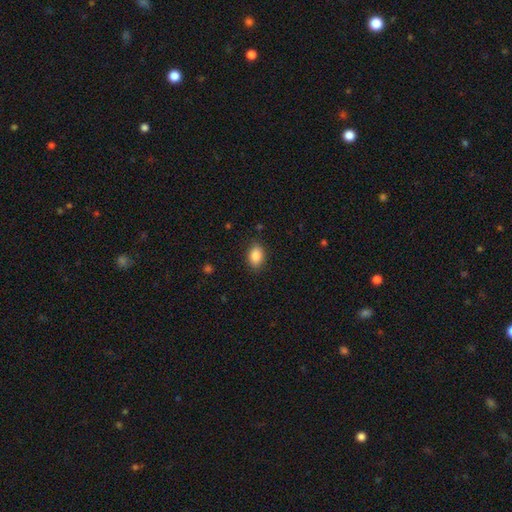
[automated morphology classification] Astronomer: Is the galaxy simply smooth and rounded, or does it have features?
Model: smooth — 88%.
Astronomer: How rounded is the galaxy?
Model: in between — 85%.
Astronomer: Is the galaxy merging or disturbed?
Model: none — 86%.